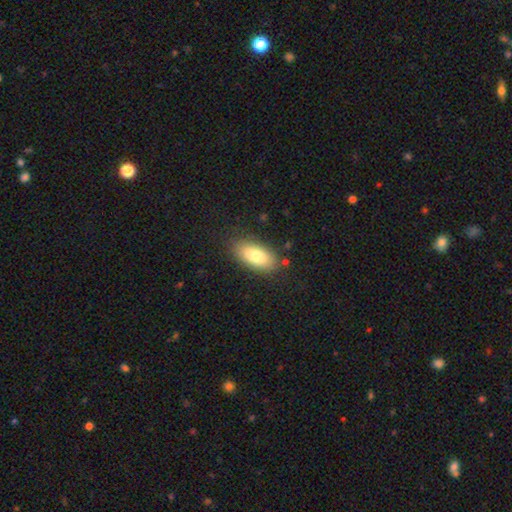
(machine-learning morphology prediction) Smooth or featured?
  - smooth: 80% *
  - featured or disk: 13%
  - star or artifact: 7%
How rounded?
  - in between: 89% *
  - cigar-shaped: 8%
  - round: 3%
Merging?
  - none: 84% *
  - minor disturbance: 11%
  - major disturbance: 3%
  - merger: 2%